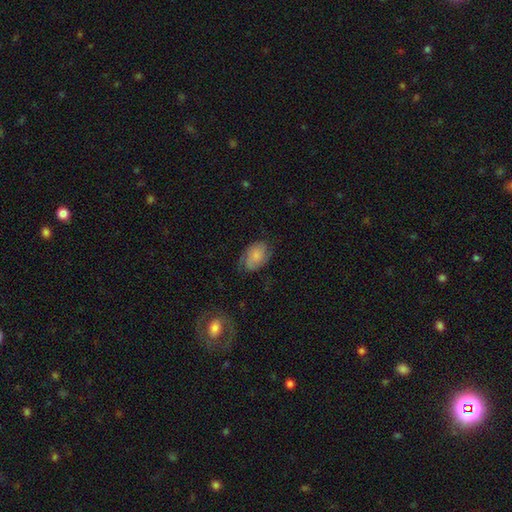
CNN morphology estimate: smooth_or_featured: smooth (p=0.57) [alt: featured or disk p=0.36]
how_rounded: in between (p=0.84) [alt: round p=0.14]
merging: none (p=0.62) [alt: minor disturbance p=0.26]